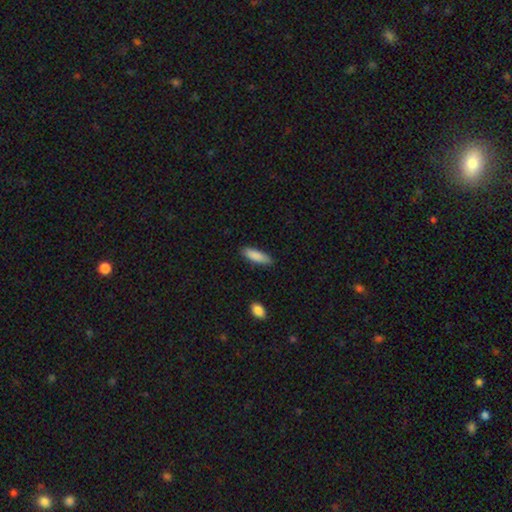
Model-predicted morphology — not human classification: Smooth or featured? Predicted: smooth (p=0.87). How rounded? Predicted: cigar-shaped (p=0.53). Merging? Predicted: none (p=0.85).